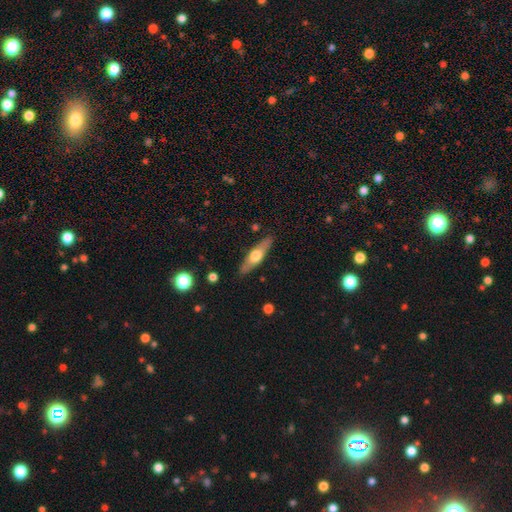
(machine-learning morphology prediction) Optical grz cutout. It shows a featured or disk galaxy (49%). Merging: none (86%).